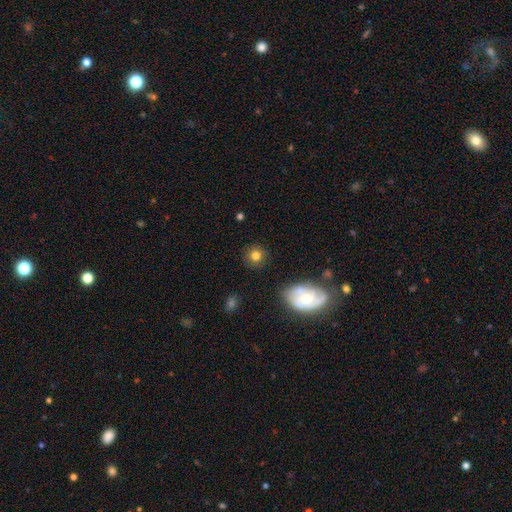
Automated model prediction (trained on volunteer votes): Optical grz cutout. It shows a smooth galaxy with no disk features (77%) that is round (88%). Merging: none (85%).